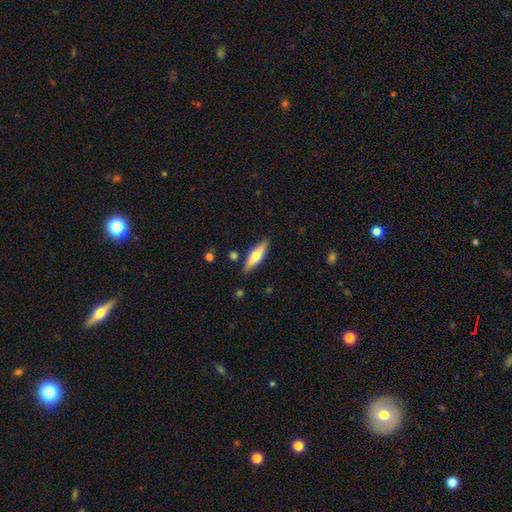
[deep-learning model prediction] smooth 55%, featured or disk 38%, star or artifact 6%. Down the decision tree: how rounded — cigar-shaped (53%); merging — none (85%).